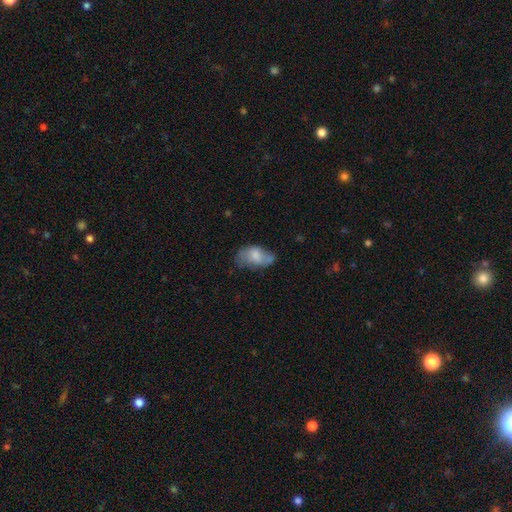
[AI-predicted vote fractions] This is likely a smooth galaxy (66%). How rounded: clearly in between (90%). Merging: marginally none (36%).